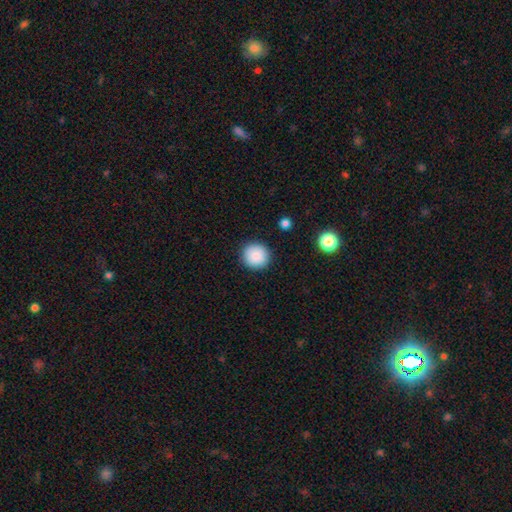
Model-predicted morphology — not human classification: The model was most divided on "smooth or featured": smooth: 87%, star or artifact: 8%, featured or disk: 5%. More confident: how rounded — round (94%); merging — none (91%).